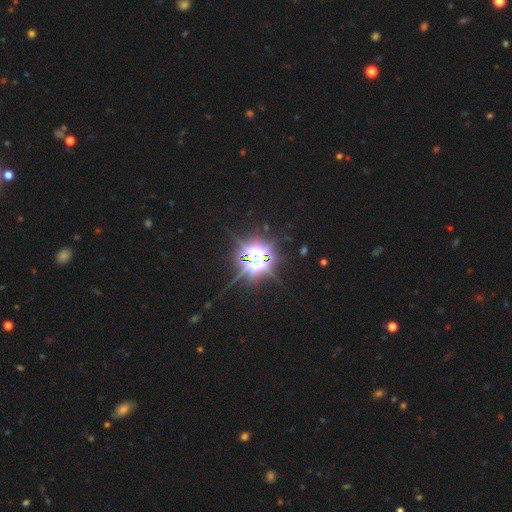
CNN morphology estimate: A star or artifact, not a galaxy (78%).

Vote fractions:
- Smooth or featured? star or artifact: 78% / smooth: 11% / featured or disk: 11%